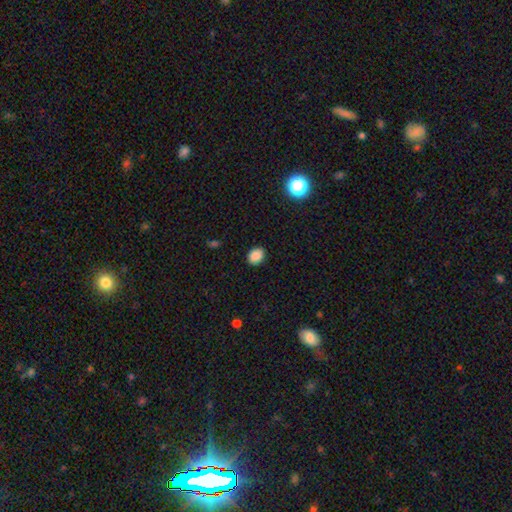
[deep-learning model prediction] Morphology: type=smooth (87%); roundness=in between (55%); merging=none (89%).